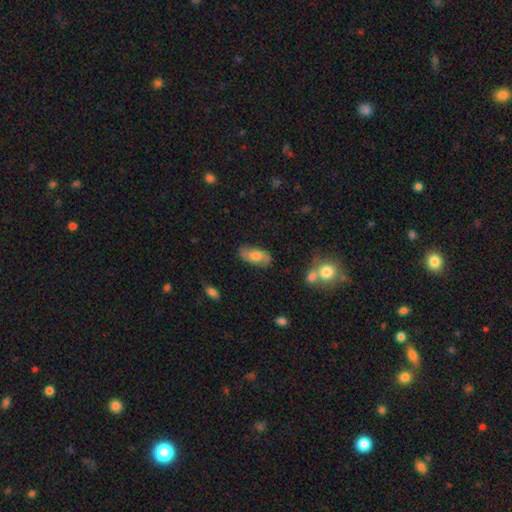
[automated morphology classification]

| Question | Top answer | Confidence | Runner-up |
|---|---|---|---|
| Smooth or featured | smooth | 52% | featured or disk (41%) |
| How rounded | in between | 85% | cigar-shaped (11%) |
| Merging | none | 76% | minor disturbance (18%) |